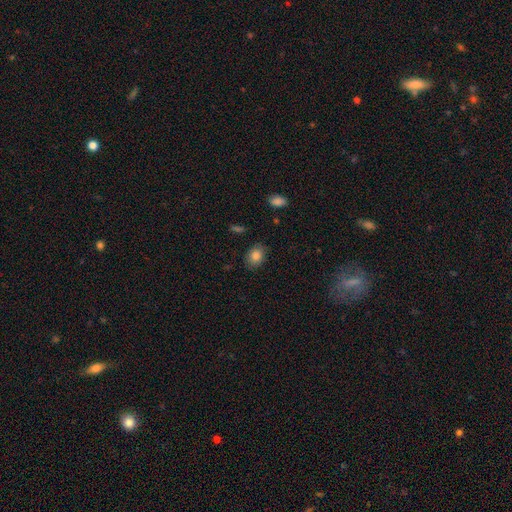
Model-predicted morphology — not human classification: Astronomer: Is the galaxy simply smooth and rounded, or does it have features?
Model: smooth — 83%.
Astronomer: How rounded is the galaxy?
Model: in between — 65%.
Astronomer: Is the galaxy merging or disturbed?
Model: none — 84%.